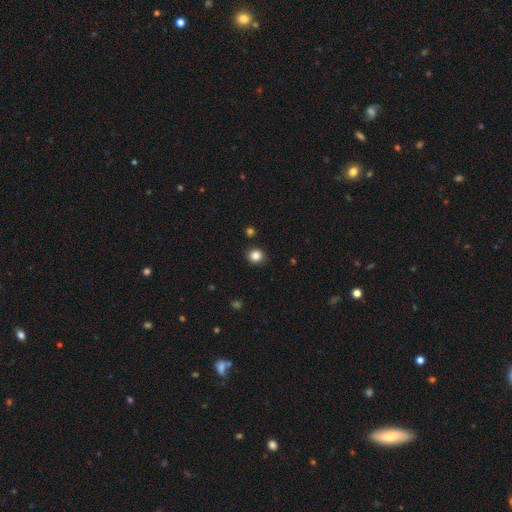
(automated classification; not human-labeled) smooth 85%, star or artifact 11%, featured or disk 4%. Down the decision tree: how rounded — round (83%); merging — none (89%).